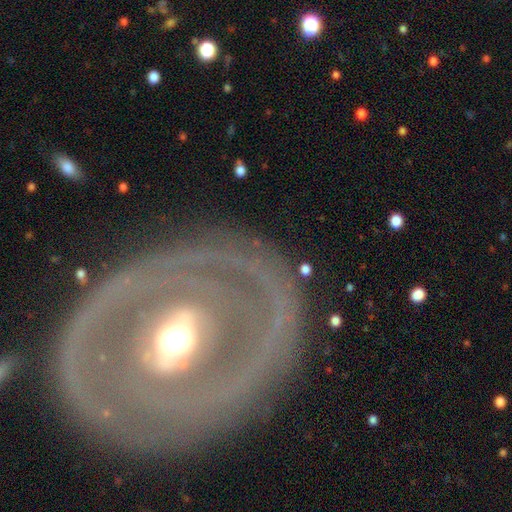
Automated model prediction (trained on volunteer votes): featured or disk 80%, smooth 15%, star or artifact 6%. Down the decision tree: edge-on disk — no (93%); bar — no (43%); spiral arms — no (51%); bulge size — moderate (71%); merging — none (80%).